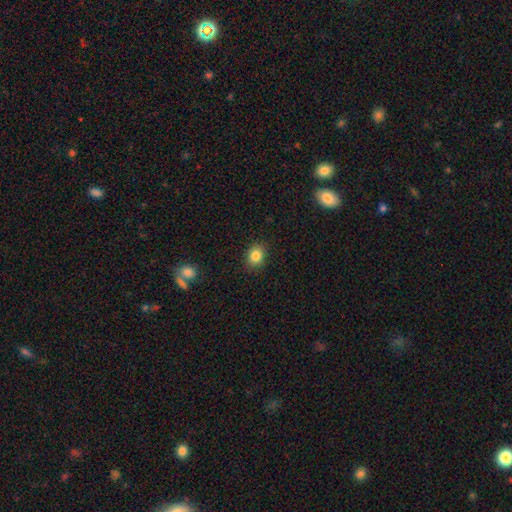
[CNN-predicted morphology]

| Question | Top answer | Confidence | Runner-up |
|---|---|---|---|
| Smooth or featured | smooth | 84% | star or artifact (10%) |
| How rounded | round | 56% | in between (43%) |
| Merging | none | 87% | minor disturbance (9%) |